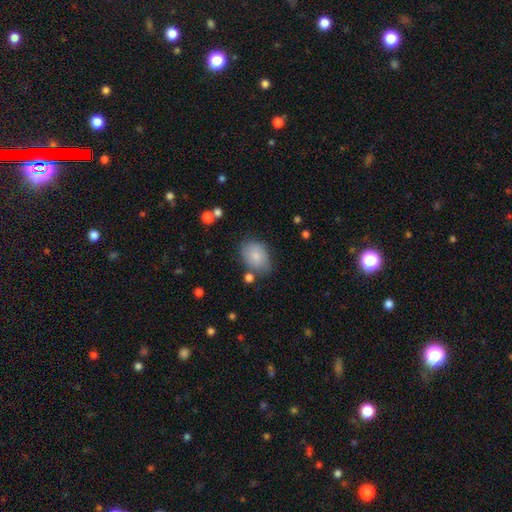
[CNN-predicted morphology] smooth 81%, featured or disk 11%, star or artifact 7%. Down the decision tree: how rounded — in between (72%); merging — none (65%).